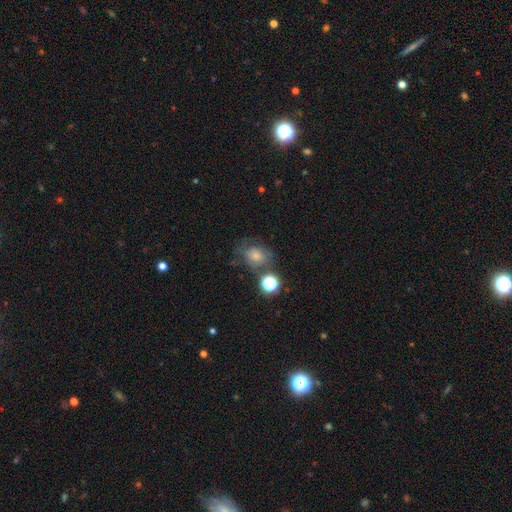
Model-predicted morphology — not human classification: Smooth or featured?
  - smooth: 63% *
  - featured or disk: 21%
  - star or artifact: 16%
How rounded?
  - round: 60% *
  - in between: 39%
  - cigar-shaped: 1%
Merging?
  - none: 49% *
  - minor disturbance: 23%
  - major disturbance: 16%
  - merger: 12%